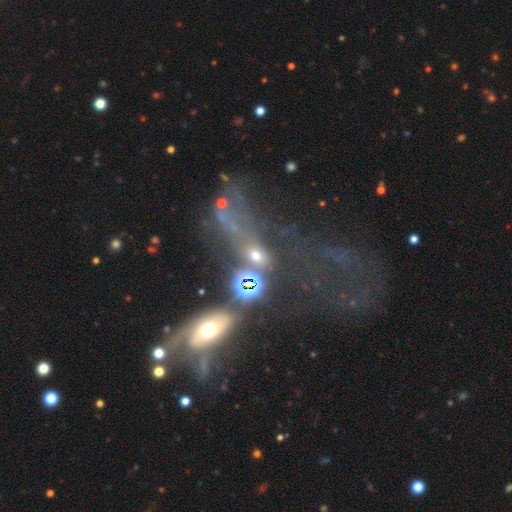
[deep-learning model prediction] A star or artifact, not a galaxy (44%).

Vote fractions:
- Smooth or featured? star or artifact: 44% / smooth: 38% / featured or disk: 18%